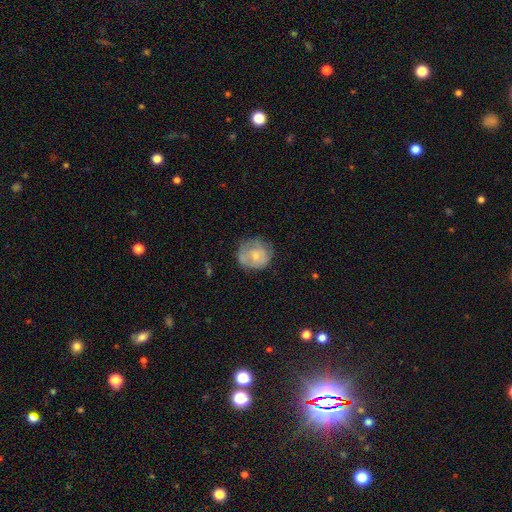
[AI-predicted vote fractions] A smooth galaxy with no disk features (57%) that is round (82%). Merging: none (60%).